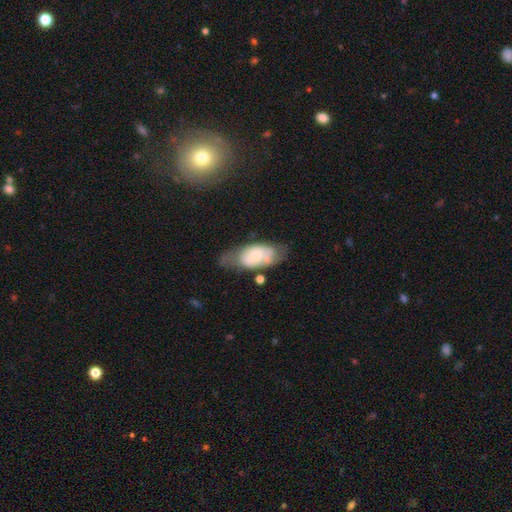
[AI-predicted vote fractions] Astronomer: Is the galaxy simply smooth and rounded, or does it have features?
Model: smooth — 52% (runner-up: featured or disk, 41%).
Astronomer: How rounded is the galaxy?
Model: in between — 89%.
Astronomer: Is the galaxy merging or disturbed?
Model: none — 45% (runner-up: minor disturbance, 30%).